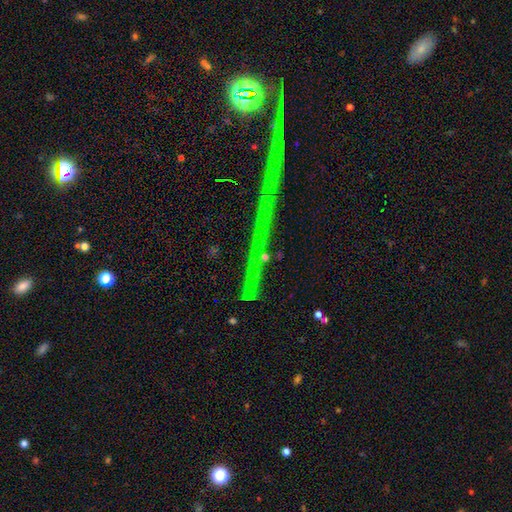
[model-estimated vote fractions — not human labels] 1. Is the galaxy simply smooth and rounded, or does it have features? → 72% star or artifact, 16% featured or disk, 11% smooth.